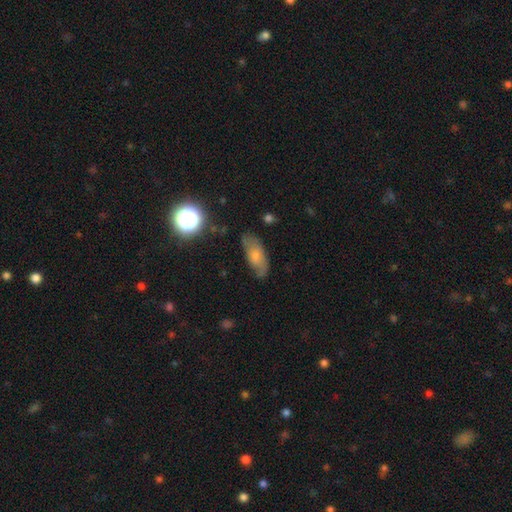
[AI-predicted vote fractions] Smooth or featured? Predicted: smooth (p=0.59). How rounded? Predicted: in between (p=0.83). Merging? Predicted: none (p=0.65).